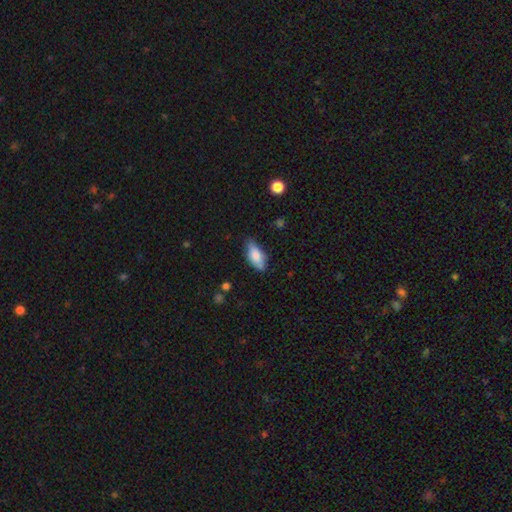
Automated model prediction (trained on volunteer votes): Overall: smooth (77%). How rounded: in between (83%). Merging: none (71%).